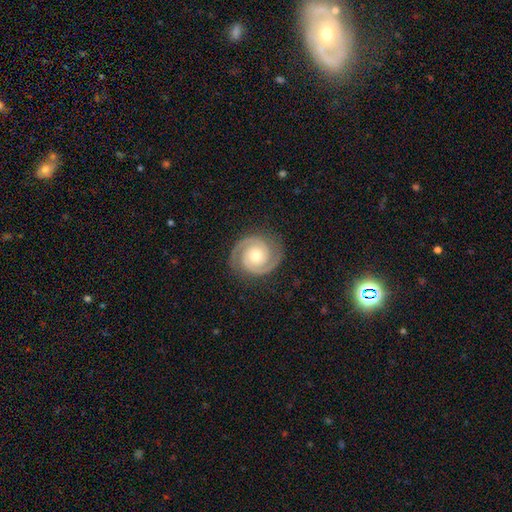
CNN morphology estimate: smooth-or-featured: featured or disk: 92% | star or artifact: 4% | smooth: 3%
  disk-edge-on: no: 98% | yes: 2%
    bar: no: 73% | weak: 20% | strong: 8%
    has-spiral-arms: yes: 99% | no: 1%
      spiral-winding: tight: 71% | medium: 26% | loose: 3%
      spiral-arm-count: 2: 94% | 3: 2% | can't tell: 1% | 1: 1% | 4: 1% | more than 4: 1%
    bulge-size: moderate: 69% | small: 25% | large: 4% | none: 1% | dominant: 1%
  merging: none: 88% | minor disturbance: 9% | major disturbance: 2% | merger: 1%